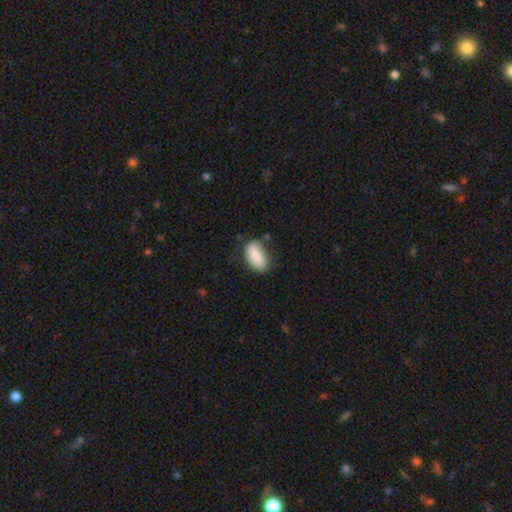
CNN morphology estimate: smooth-or-featured: smooth: 81% | featured or disk: 13% | star or artifact: 7%
  how-rounded: in between: 92% | cigar-shaped: 5% | round: 3%
  merging: none: 72% | minor disturbance: 21% | major disturbance: 5% | merger: 3%